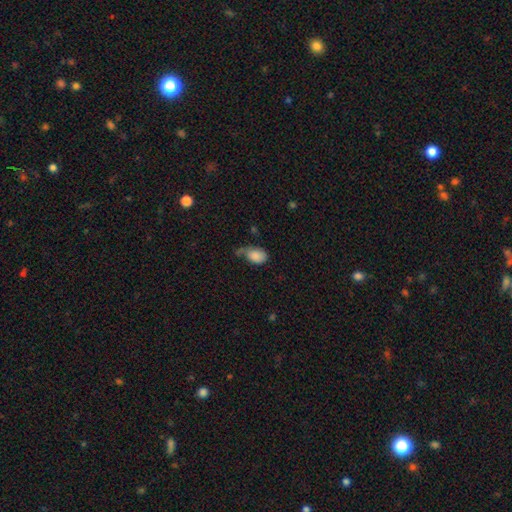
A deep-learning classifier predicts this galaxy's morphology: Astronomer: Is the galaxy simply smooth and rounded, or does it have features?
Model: smooth — 85%.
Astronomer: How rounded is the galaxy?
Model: in between — 84%.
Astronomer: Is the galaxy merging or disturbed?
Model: none — 38% (runner-up: minor disturbance, 34%).